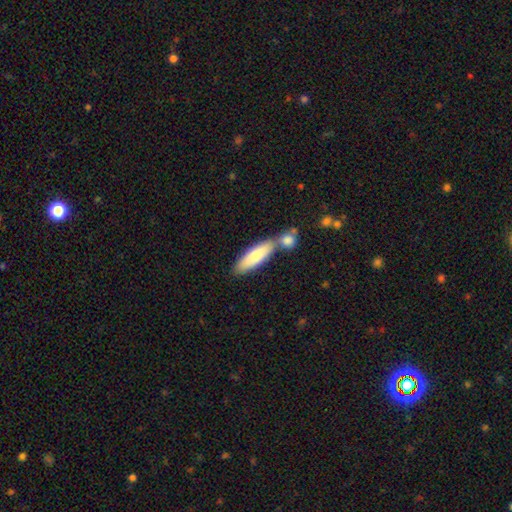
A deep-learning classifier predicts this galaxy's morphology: Smooth or featured?
  - smooth: 77% *
  - featured or disk: 18%
  - star or artifact: 5%
How rounded?
  - cigar-shaped: 54% *
  - in between: 44%
  - round: 2%
Merging?
  - none: 53% *
  - merger: 33%
  - minor disturbance: 11%
  - major disturbance: 3%